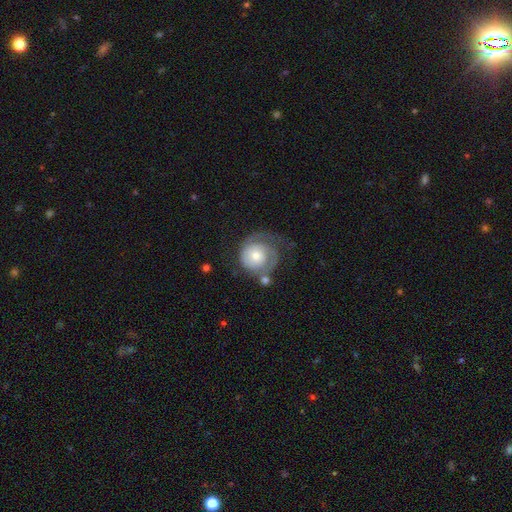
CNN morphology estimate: Smooth or featured: featured or disk — 66% (smooth — 28%)
Edge-on disk: no — 98% (yes — 2%)
Bar: no — 80% (weak — 17%)
Spiral arms: yes — 88% (no — 12%)
Spiral winding: tight — 57% (medium — 29%)
Spiral arm count: 1 — 40% (2 — 37%)
Bulge size: moderate — 51% (small — 40%)
Merging: none — 47% (major disturbance — 23%)